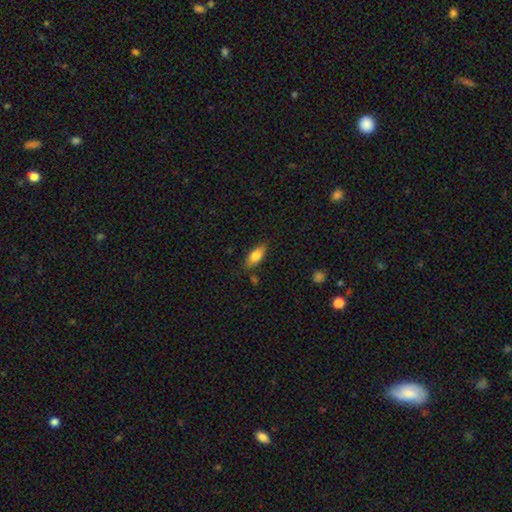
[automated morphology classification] Smooth or featured? smooth (74%)
How rounded? in between (75%)
Merging? none (80%)